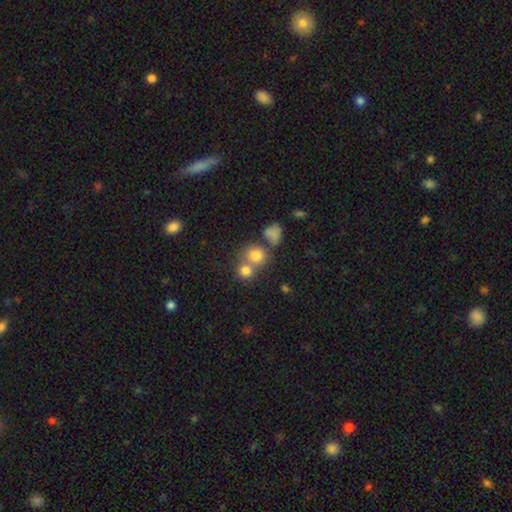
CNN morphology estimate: smooth-or-featured: smooth: 76% | star or artifact: 13% | featured or disk: 11%
  how-rounded: round: 80% | in between: 19% | cigar-shaped: 1%
  merging: none: 45% | merger: 44% | minor disturbance: 8% | major disturbance: 4%